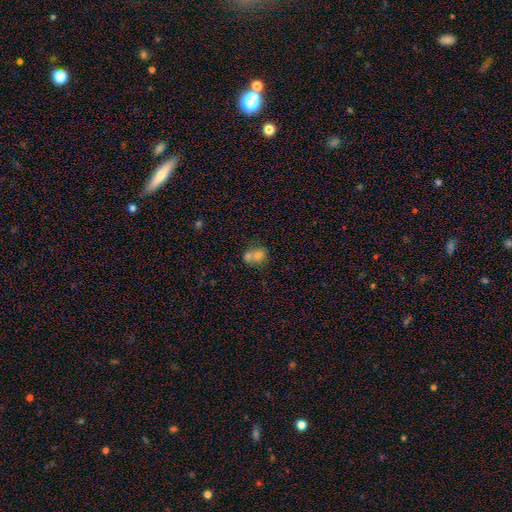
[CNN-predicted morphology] A smooth galaxy with no disk features (69%) that is in between round and cigar-shaped (55%).

Vote fractions:
- Smooth or featured? smooth: 69% / featured or disk: 18% / star or artifact: 12%
- How rounded? in between: 55% / round: 43% / cigar-shaped: 2%
- Merging? merger: 52% / none: 32% / minor disturbance: 12% / major disturbance: 5%